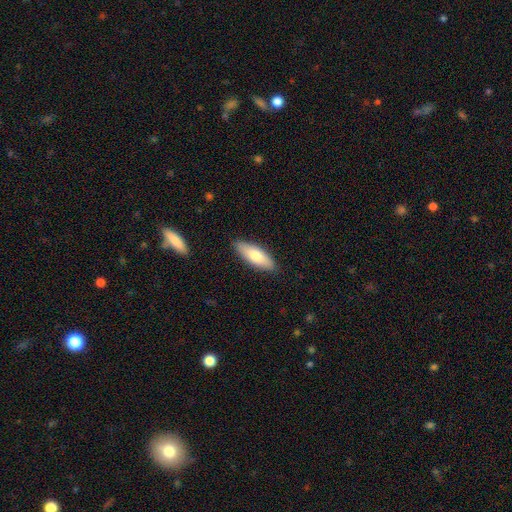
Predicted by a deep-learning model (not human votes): smooth_or_featured: smooth (p=0.74) [alt: featured or disk p=0.21]
how_rounded: in between (p=0.60) [alt: cigar-shaped p=0.39]
merging: none (p=0.87) [alt: minor disturbance p=0.10]